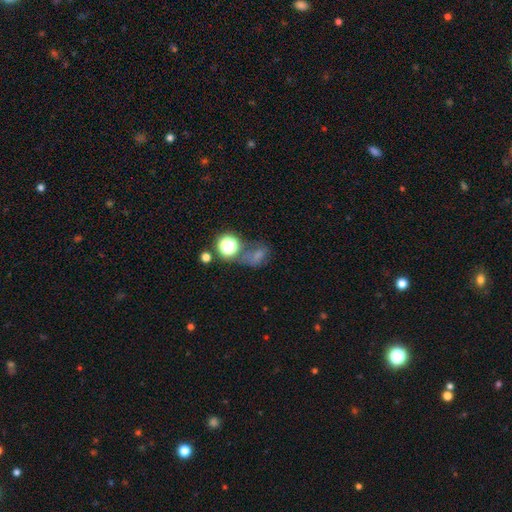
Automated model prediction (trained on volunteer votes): Morphology: type=smooth (52%); roundness=in between (54%); merging=none (39%).